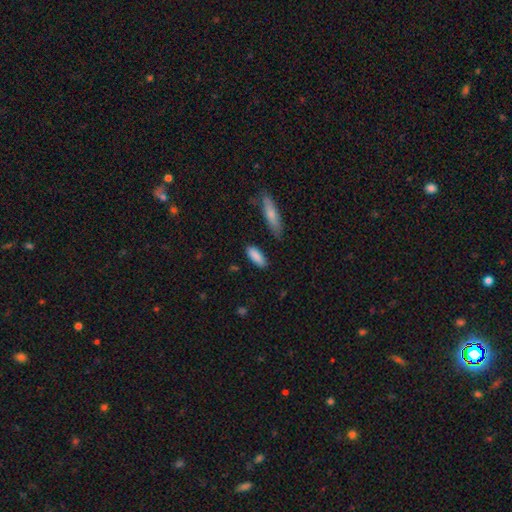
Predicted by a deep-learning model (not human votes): Smooth or featured?
  - smooth: 88% *
  - star or artifact: 6%
  - featured or disk: 6%
How rounded?
  - in between: 69% *
  - cigar-shaped: 29%
  - round: 2%
Merging?
  - none: 83% *
  - minor disturbance: 12%
  - major disturbance: 3%
  - merger: 3%